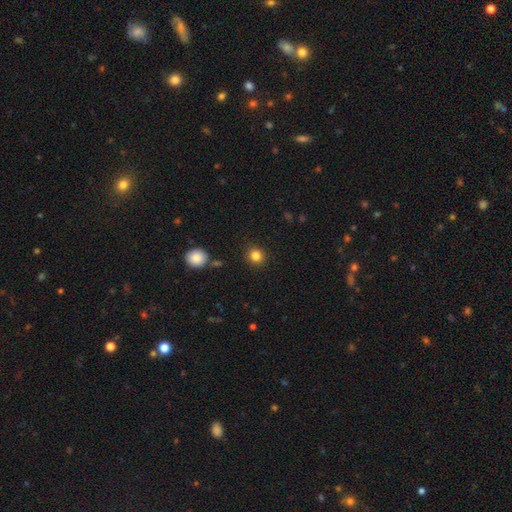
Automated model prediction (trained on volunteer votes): Overall: smooth (84%). How rounded: round (88%). Merging: none (90%).